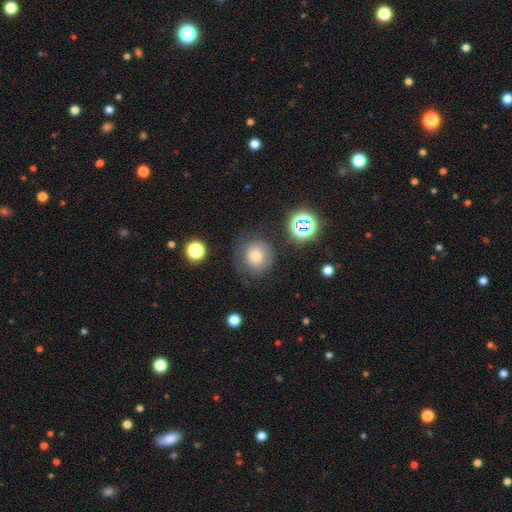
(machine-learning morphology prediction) Smooth or featured?
  - smooth: 67% *
  - featured or disk: 18%
  - star or artifact: 16%
How rounded?
  - round: 90% *
  - in between: 9%
  - cigar-shaped: 1%
Merging?
  - none: 71% *
  - minor disturbance: 17%
  - major disturbance: 9%
  - merger: 3%